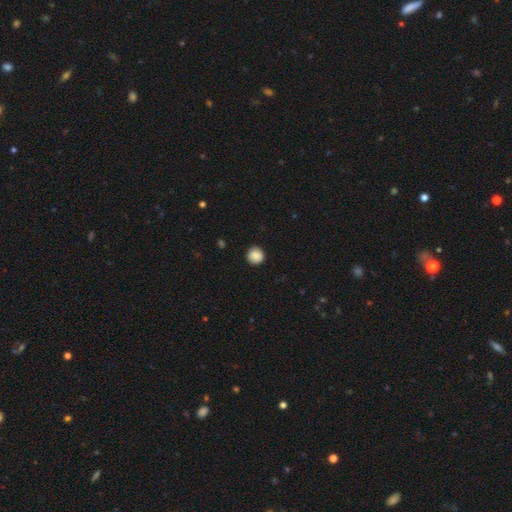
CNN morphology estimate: This appears to be a smooth galaxy with no disk features (88%) that is round (94%). Merging: none (89%).